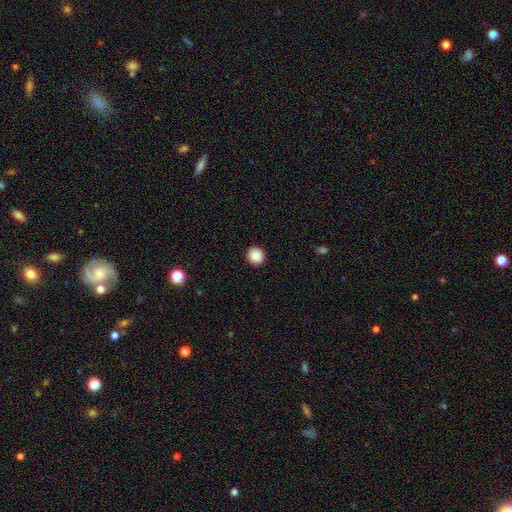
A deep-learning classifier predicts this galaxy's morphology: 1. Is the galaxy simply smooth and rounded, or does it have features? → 88% smooth, 9% star or artifact, 3% featured or disk.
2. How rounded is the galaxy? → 91% round, 8% in between, 1% cigar-shaped.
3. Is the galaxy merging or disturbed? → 92% none, 5% minor disturbance, 2% major disturbance, 1% merger.